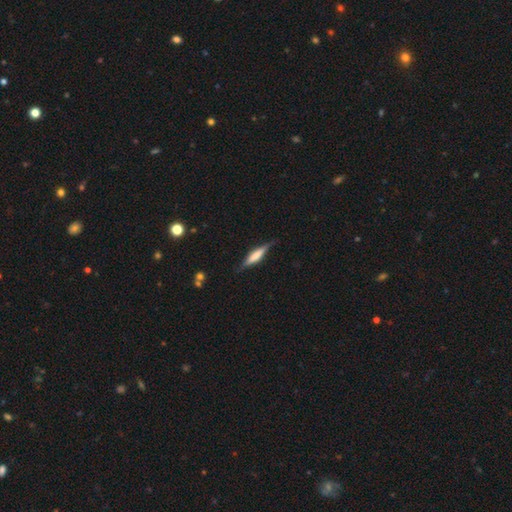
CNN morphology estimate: Smooth or featured? featured or disk (53%)
Edge-on disk? yes (95%)
Edge-on bulge? rounded (41%)
Merging? none (81%)